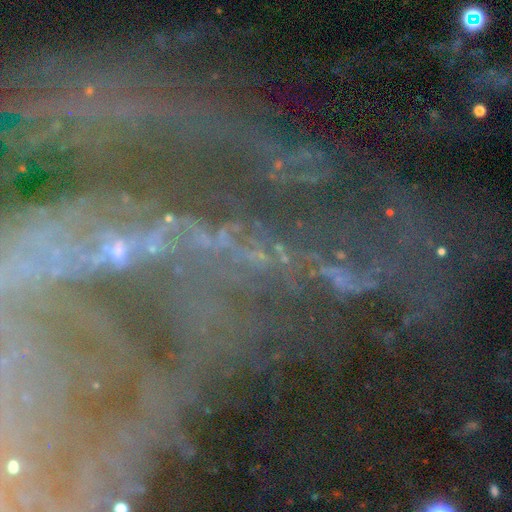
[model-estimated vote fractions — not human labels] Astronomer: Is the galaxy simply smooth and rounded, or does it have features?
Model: featured or disk — 46% (runner-up: star or artifact, 43%).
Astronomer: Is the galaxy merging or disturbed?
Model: none — 65%.